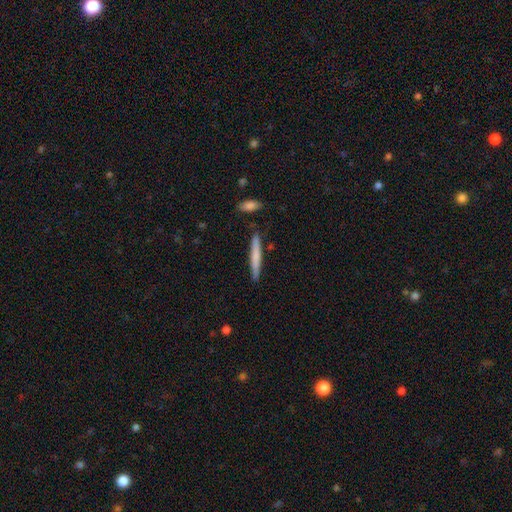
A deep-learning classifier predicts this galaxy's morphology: Q: Smooth or featured?
A: smooth (66%); runner-up: featured or disk (29%)
Q: How rounded?
A: cigar-shaped (96%); runner-up: in between (3%)
Q: Merging?
A: none (86%); runner-up: minor disturbance (9%)